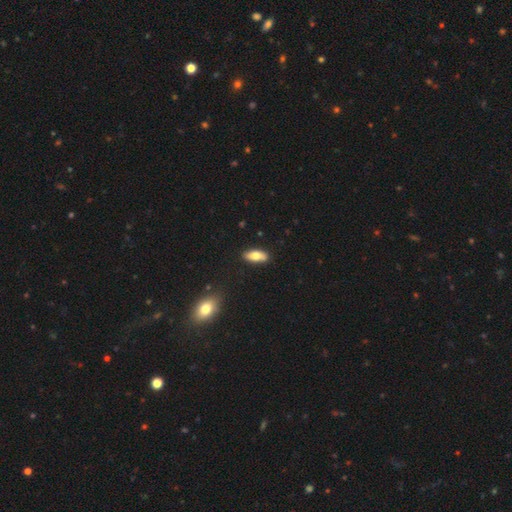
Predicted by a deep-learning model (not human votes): Smooth or featured? Predicted: smooth (p=0.73). How rounded? Predicted: in between (p=0.78). Merging? Predicted: none (p=0.87).